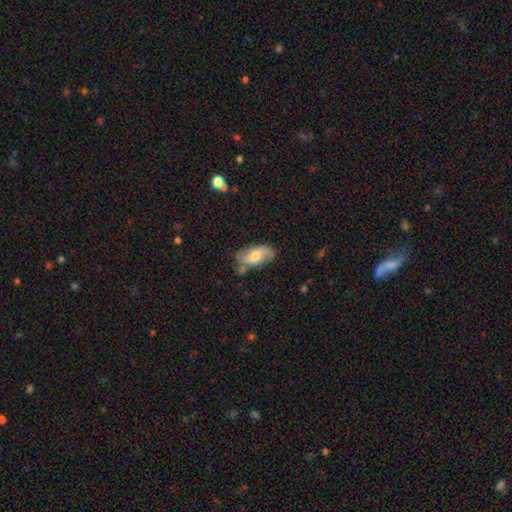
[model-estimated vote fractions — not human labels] featured or disk 48%, smooth 45%, star or artifact 7%. Down the decision tree: merging — none (64%).